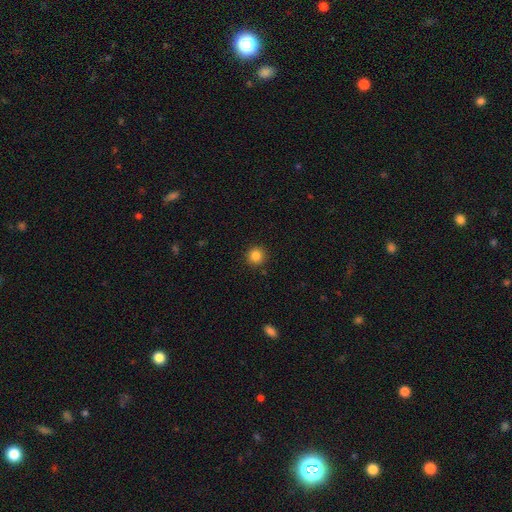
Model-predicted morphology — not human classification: Overall: smooth (85%). How rounded: round (94%). Merging: none (91%).